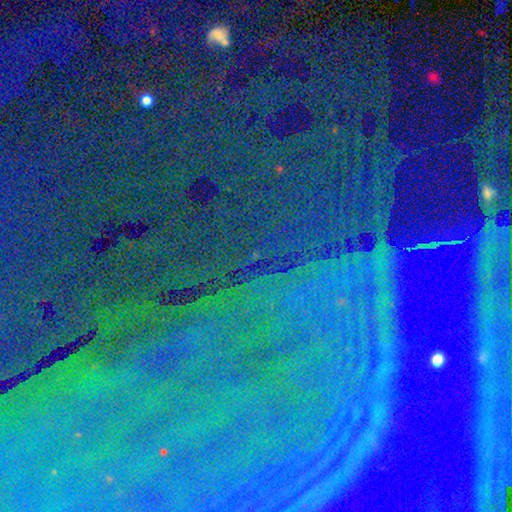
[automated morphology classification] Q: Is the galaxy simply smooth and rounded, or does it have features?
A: star or artifact — 87%.